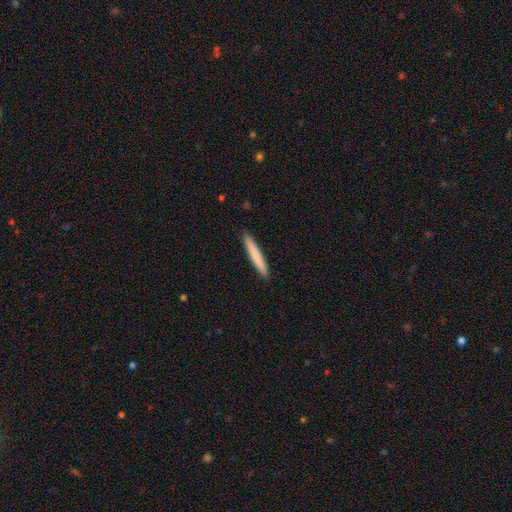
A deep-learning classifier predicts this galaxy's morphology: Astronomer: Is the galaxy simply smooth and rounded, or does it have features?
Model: smooth — 73%.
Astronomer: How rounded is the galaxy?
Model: cigar-shaped — 96%.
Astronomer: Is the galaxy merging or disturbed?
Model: none — 92%.